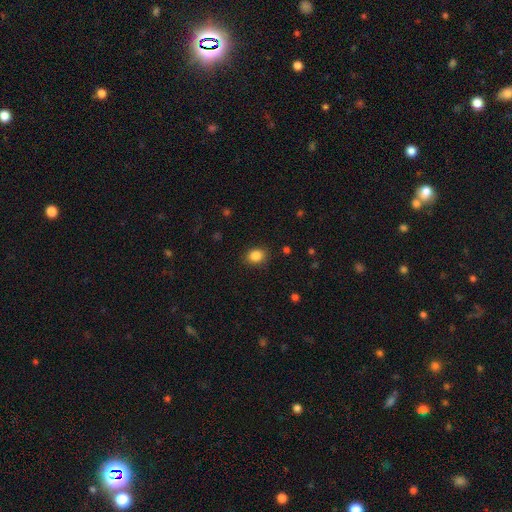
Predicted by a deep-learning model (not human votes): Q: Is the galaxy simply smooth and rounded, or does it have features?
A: smooth — 86%.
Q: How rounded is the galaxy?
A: round — 56%.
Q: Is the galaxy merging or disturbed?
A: none — 87%.